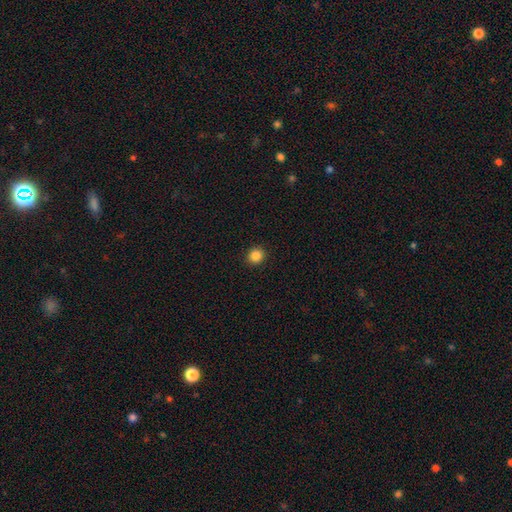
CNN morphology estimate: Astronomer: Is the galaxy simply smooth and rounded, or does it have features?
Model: smooth — 85%.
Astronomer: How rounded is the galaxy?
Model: round — 87%.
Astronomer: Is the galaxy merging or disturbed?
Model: none — 92%.